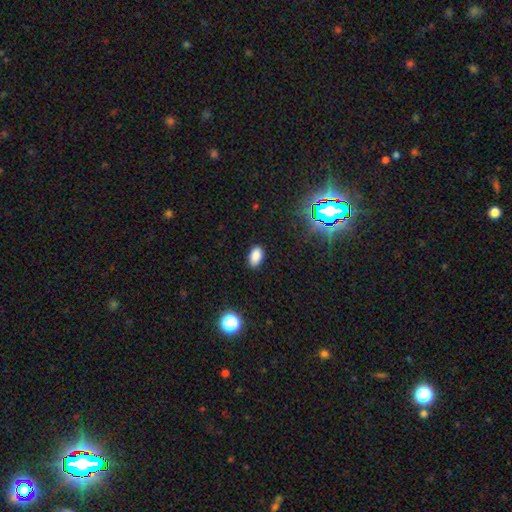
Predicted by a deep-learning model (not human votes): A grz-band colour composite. It shows a smooth galaxy with no disk features (84%) that is in between round and cigar-shaped (92%). Merging: none (86%).